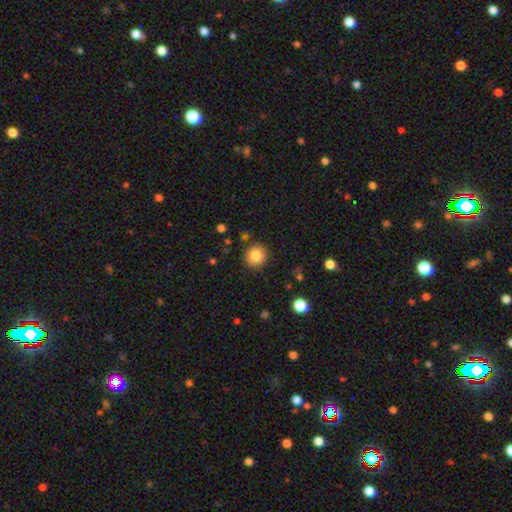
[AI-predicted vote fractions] smooth-or-featured: smooth: 83% | star or artifact: 10% | featured or disk: 7%
  how-rounded: round: 91% | in between: 8% | cigar-shaped: 1%
  merging: none: 88% | minor disturbance: 7% | major disturbance: 2% | merger: 2%